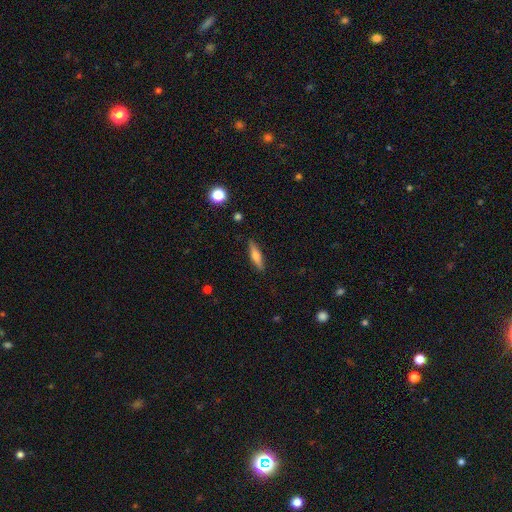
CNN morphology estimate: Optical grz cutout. It shows a smooth galaxy with no disk features (55%) that is cigar-shaped (74%). Merging: none (87%).